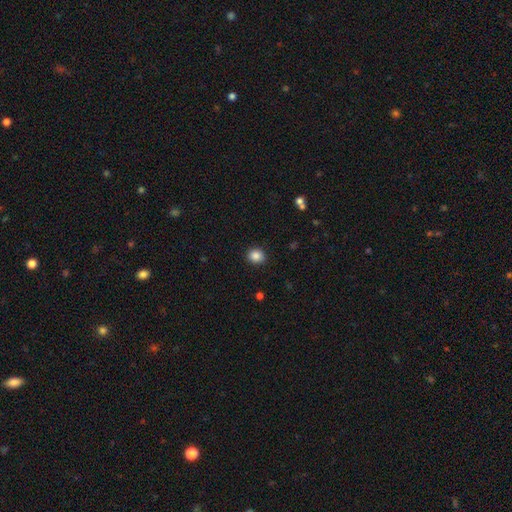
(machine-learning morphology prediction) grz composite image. It shows a smooth galaxy with no disk features (87%) that is round (70%). Merging: none (90%).